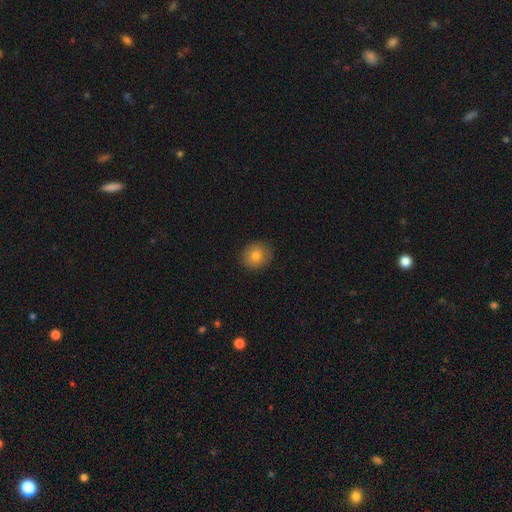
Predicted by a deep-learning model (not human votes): smooth_or_featured: smooth (p=0.81) [alt: featured or disk p=0.10]
how_rounded: round (p=0.78) [alt: in between p=0.21]
merging: none (p=0.88) [alt: minor disturbance p=0.09]